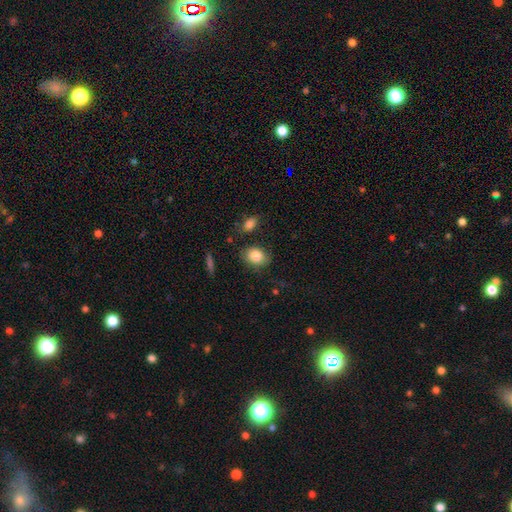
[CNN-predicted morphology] smooth-or-featured: smooth: 83% | featured or disk: 9% | star or artifact: 8%
  how-rounded: in between: 59% | round: 40% | cigar-shaped: 1%
  merging: none: 74% | minor disturbance: 17% | major disturbance: 5% | merger: 4%